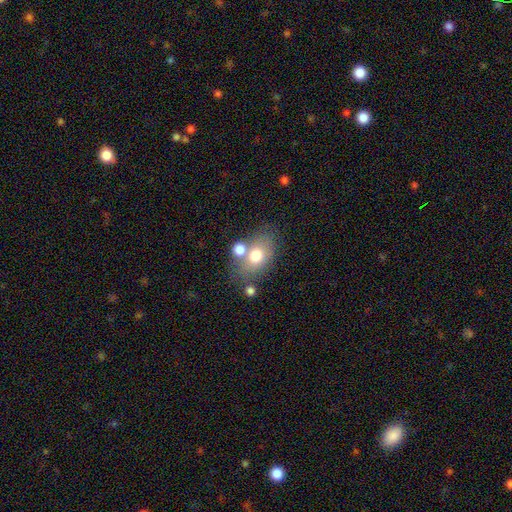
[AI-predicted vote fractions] Overall: smooth (70%). How rounded: in between (76%). Merging: none (54%; merger 26%).